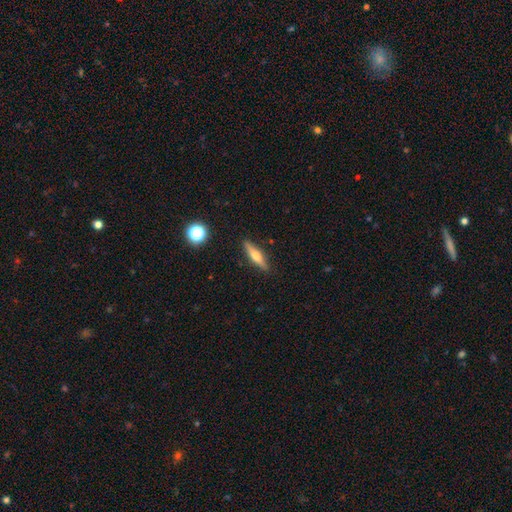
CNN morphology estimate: Q: Smooth or featured?
A: featured or disk (54%); runner-up: smooth (39%)
Q: Edge-on disk?
A: yes (95%); runner-up: no (5%)
Q: Edge-on bulge?
A: rounded (90%); runner-up: boxy (6%)
Q: Merging?
A: none (89%); runner-up: minor disturbance (8%)